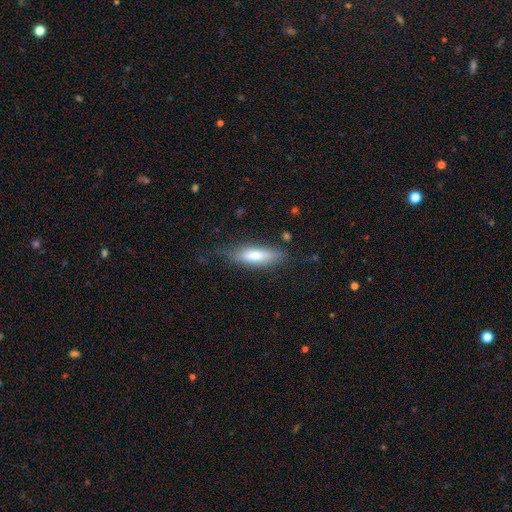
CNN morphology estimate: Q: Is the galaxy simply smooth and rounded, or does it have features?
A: smooth — 67%.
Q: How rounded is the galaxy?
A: cigar-shaped — 51%.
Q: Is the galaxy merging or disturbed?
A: none — 71%.